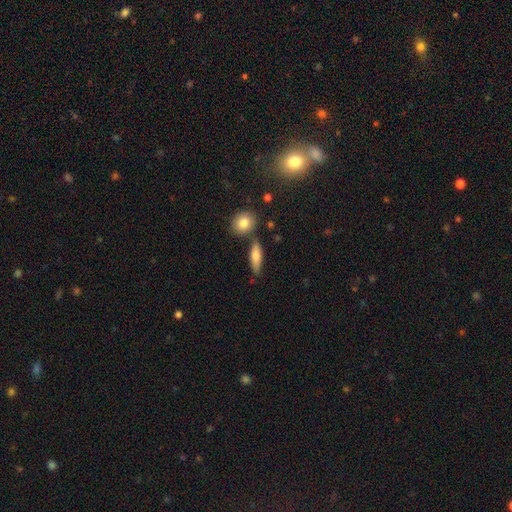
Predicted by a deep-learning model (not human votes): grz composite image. It shows a smooth galaxy with no disk features (78%) that is in between round and cigar-shaped (53%). Merging: none (71%).